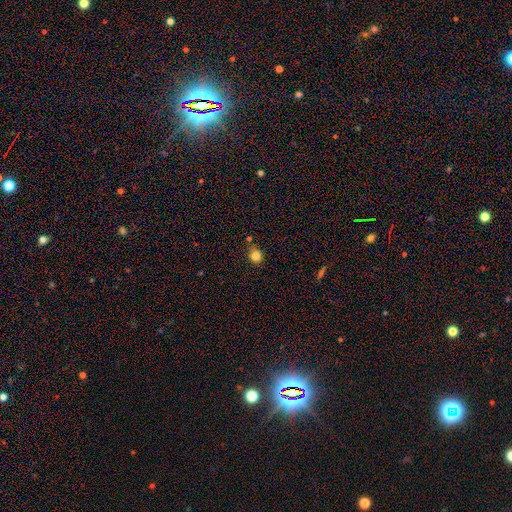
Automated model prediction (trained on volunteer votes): The model was most divided on "merging": none: 73%, minor disturbance: 15%, merger: 8%, major disturbance: 3%. More confident: how rounded — round (83%); smooth or featured — smooth (82%).